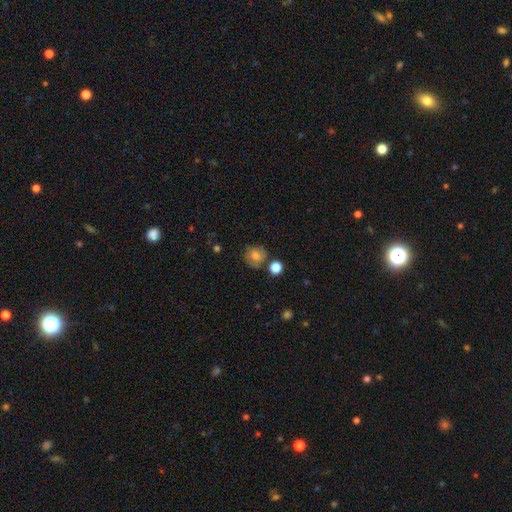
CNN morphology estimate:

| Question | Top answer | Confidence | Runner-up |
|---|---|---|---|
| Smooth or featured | smooth | 74% | featured or disk (14%) |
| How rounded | round | 86% | in between (13%) |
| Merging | none | 71% | minor disturbance (16%) |